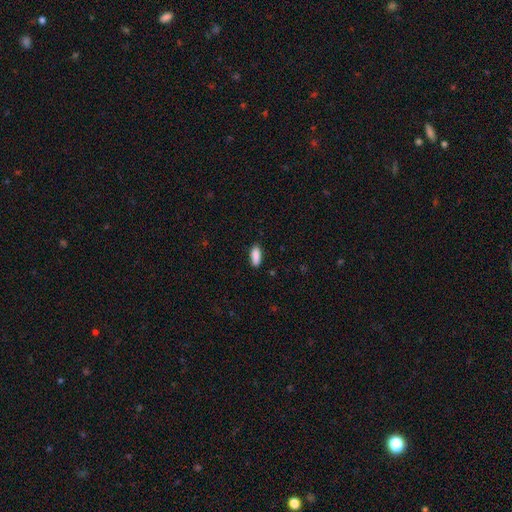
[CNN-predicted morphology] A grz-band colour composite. It shows a smooth galaxy with no disk features (89%) that is in between round and cigar-shaped (76%). Merging: none (86%).